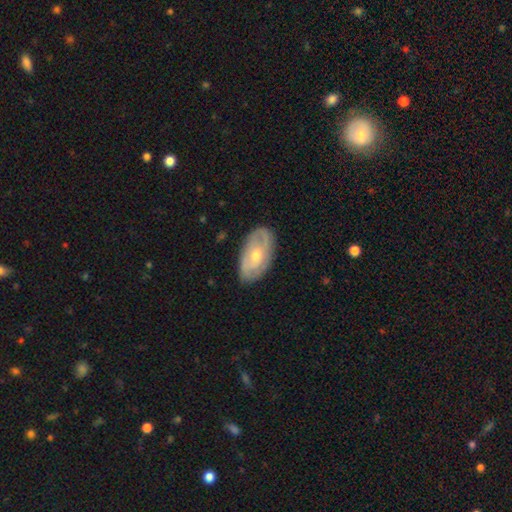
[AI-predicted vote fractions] featured or disk 62%, smooth 32%, star or artifact 6%. Down the decision tree: edge-on disk — no (92%); bar — no (70%); spiral arms — yes (66%); bulge size — moderate (53%); merging — none (79%).